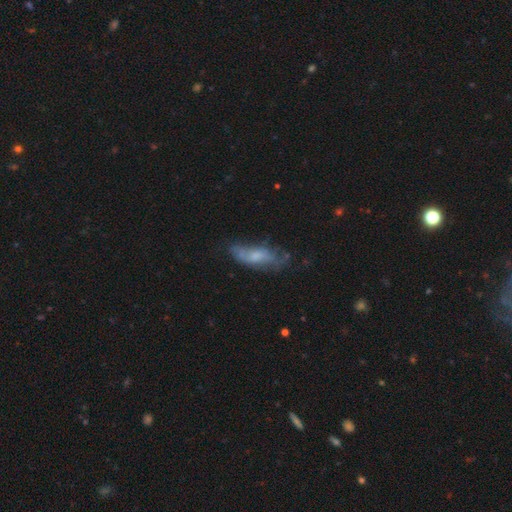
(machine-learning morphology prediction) A smooth galaxy with no disk features (48%).

Vote fractions:
- Smooth or featured? smooth: 48% / featured or disk: 44% / star or artifact: 8%
- Merging? none: 50% / minor disturbance: 30% / major disturbance: 16% / merger: 4%